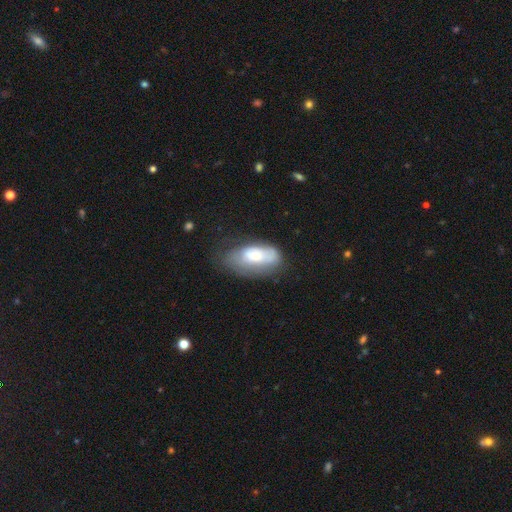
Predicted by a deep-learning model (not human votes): A smooth galaxy with no disk features (60%) that is in between round and cigar-shaped (91%).

Vote fractions:
- Smooth or featured? smooth: 60% / featured or disk: 33% / star or artifact: 7%
- How rounded? in between: 91% / cigar-shaped: 5% / round: 4%
- Merging? none: 42% / minor disturbance: 34% / major disturbance: 21% / merger: 3%